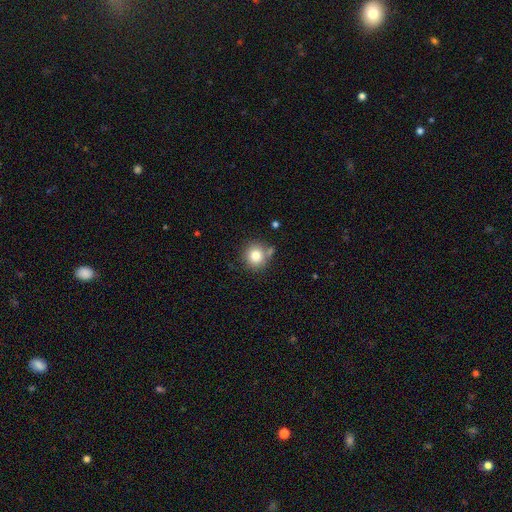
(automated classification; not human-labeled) Q: Smooth or featured?
A: smooth (80%); runner-up: star or artifact (11%)
Q: How rounded?
A: round (91%); runner-up: in between (8%)
Q: Merging?
A: none (73%); runner-up: minor disturbance (12%)